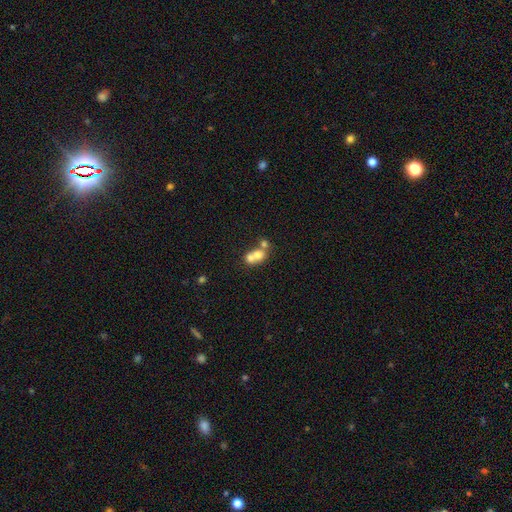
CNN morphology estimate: Smooth or featured? smooth (66%)
How rounded? round (58%)
Merging? merger (67%)